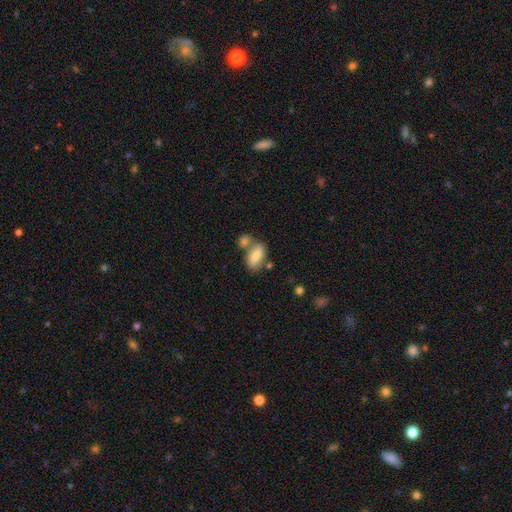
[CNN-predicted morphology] type=smooth (76%); roundness=in between (87%); merging=none (47%).